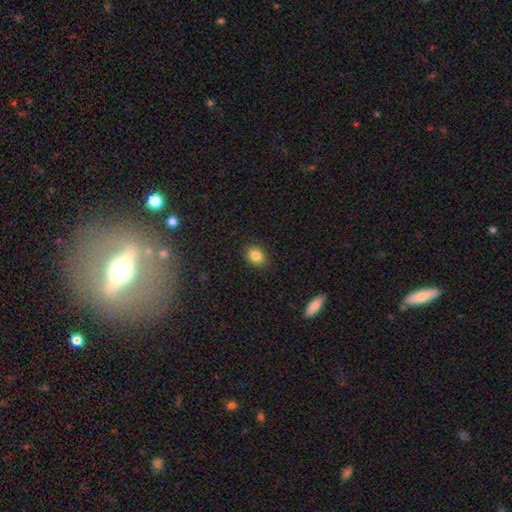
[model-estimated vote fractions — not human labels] smooth_or_featured: smooth (p=0.84) [alt: star or artifact p=0.10]
how_rounded: in between (p=0.58) [alt: round p=0.41]
merging: none (p=0.88) [alt: minor disturbance p=0.09]